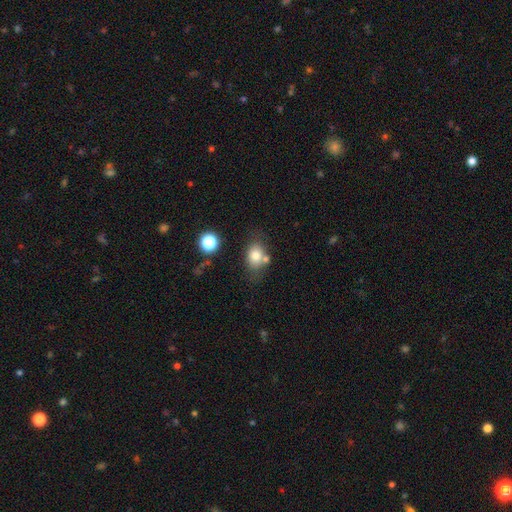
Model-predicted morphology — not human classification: Overall: smooth (76%). How rounded: in between (62%; round 37%). Merging: none (60%).